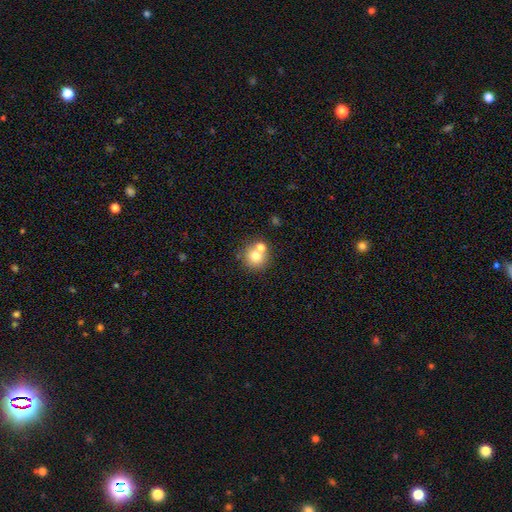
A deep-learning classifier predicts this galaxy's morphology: The model was most divided on "merging": none: 59%, merger: 31%, minor disturbance: 7%, major disturbance: 3%. More confident: how rounded — round (90%); smooth or featured — smooth (73%).